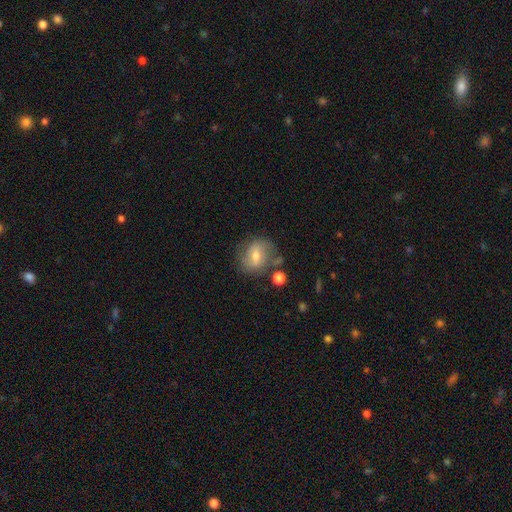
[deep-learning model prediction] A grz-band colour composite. It shows a smooth galaxy with no disk features (58%) that is round (52%). Merging: none (62%).